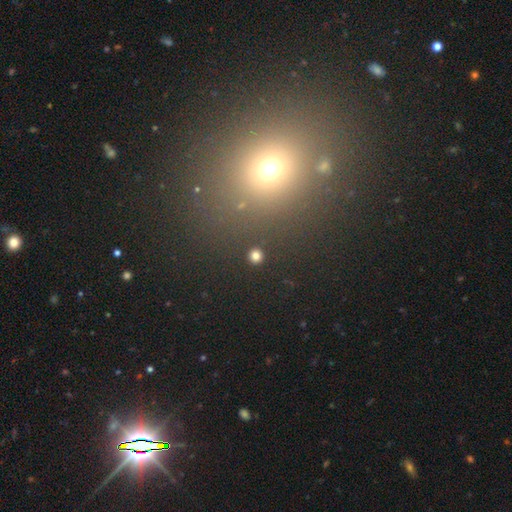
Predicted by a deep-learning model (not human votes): Overall: smooth (81%). How rounded: round (92%). Merging: none (92%).